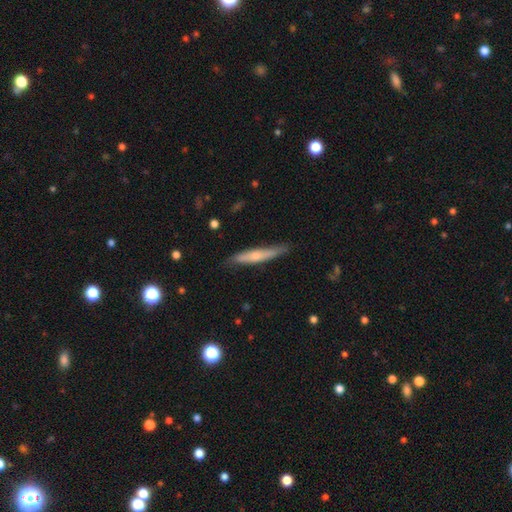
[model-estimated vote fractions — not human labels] A smooth galaxy with no disk features (53%) that is cigar-shaped (92%).

Vote fractions:
- Smooth or featured? smooth: 53% / featured or disk: 42% / star or artifact: 5%
- How rounded? cigar-shaped: 92% / in between: 7% / round: 1%
- Merging? none: 76% / minor disturbance: 19% / major disturbance: 3% / merger: 2%